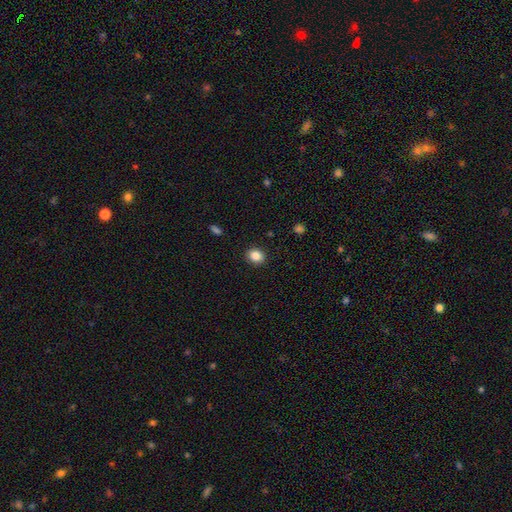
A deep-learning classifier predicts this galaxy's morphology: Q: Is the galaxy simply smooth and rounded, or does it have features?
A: smooth — 86%.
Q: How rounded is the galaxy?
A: round — 64%.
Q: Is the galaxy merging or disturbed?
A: none — 90%.